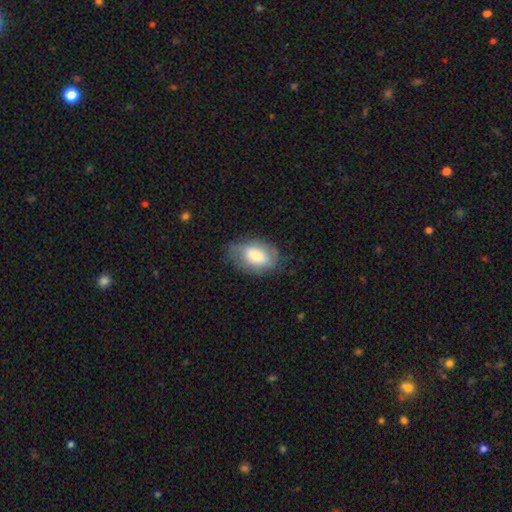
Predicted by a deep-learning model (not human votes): smooth-or-featured: smooth: 70% | featured or disk: 23% | star or artifact: 7%
  how-rounded: in between: 88% | round: 11% | cigar-shaped: 2%
  merging: none: 58% | minor disturbance: 29% | major disturbance: 11% | merger: 1%